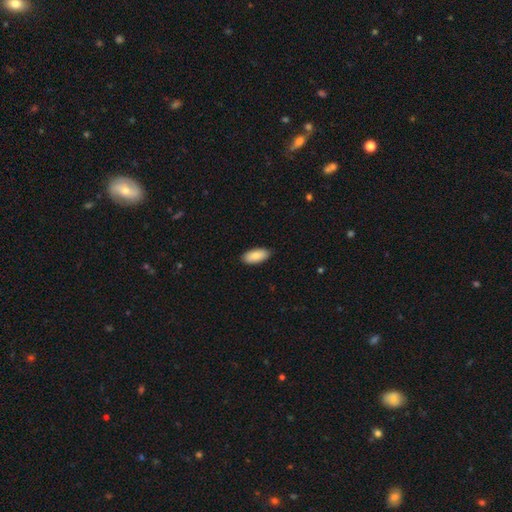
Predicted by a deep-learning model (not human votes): smooth-or-featured: smooth: 86% | featured or disk: 8% | star or artifact: 6%
  how-rounded: in between: 91% | cigar-shaped: 7% | round: 2%
  merging: none: 89% | minor disturbance: 9% | major disturbance: 2% | merger: 1%